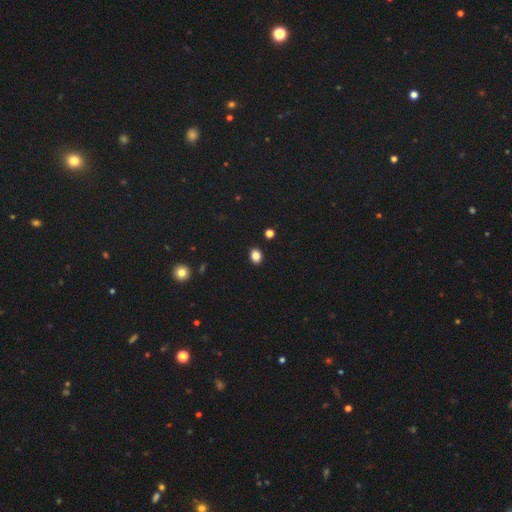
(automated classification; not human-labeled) This appears to be a smooth galaxy with no disk features (85%) that is in between round and cigar-shaped (58%). Merging: none (90%).